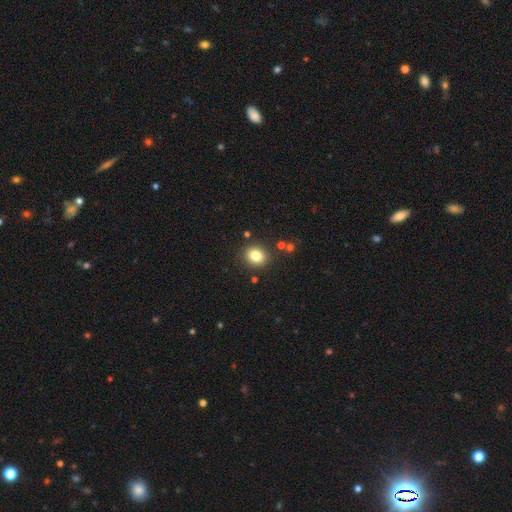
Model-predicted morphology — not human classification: This appears to be a smooth galaxy with no disk features (81%) that is round (71%). Merging: none (87%).